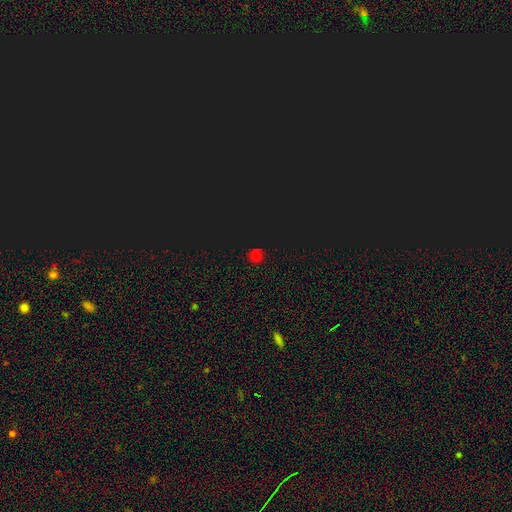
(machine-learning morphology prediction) This appears to be a smooth galaxy with no disk features (56%) that is round (92%). Merging: none (88%).